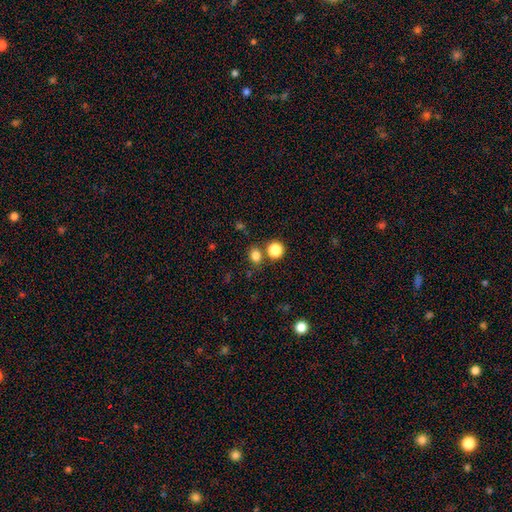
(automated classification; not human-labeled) This appears to be a smooth galaxy with no disk features (80%) that is round (63%). Merging: none (71%).